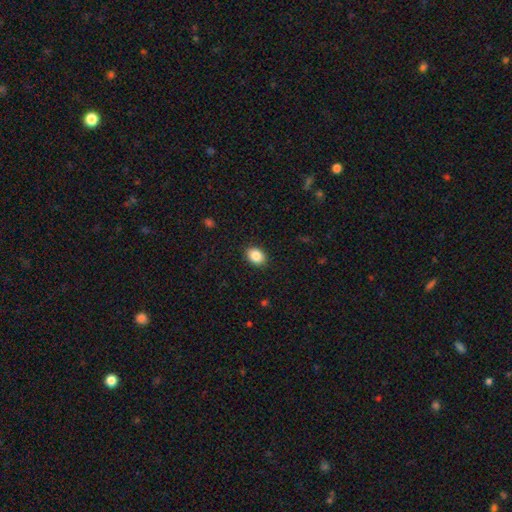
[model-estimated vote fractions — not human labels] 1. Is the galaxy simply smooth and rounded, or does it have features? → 87% smooth, 8% star or artifact, 5% featured or disk.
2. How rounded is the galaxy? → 68% in between, 31% round, 1% cigar-shaped.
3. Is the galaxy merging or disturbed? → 90% none, 7% minor disturbance, 2% major disturbance, 1% merger.